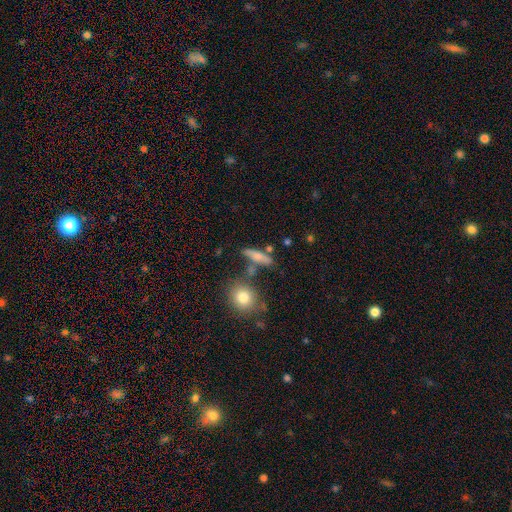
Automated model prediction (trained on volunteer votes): This appears to be a smooth galaxy with no disk features (65%) that is cigar-shaped (66%). Merging: none (69%).